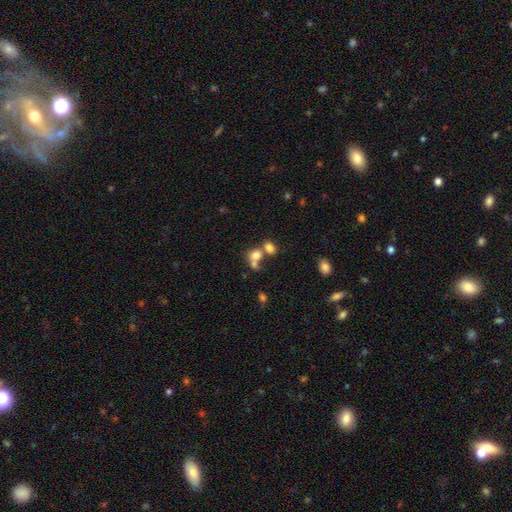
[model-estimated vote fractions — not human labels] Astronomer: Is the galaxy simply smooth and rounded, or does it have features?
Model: smooth — 75%.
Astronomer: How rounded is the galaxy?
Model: round — 60% (runner-up: in between, 39%).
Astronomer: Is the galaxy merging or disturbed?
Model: merger — 54% (runner-up: none, 32%).